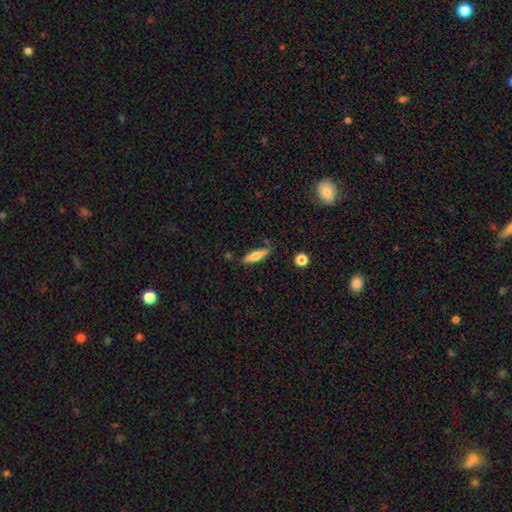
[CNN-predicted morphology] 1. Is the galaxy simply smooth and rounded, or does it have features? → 62% smooth, 32% featured or disk, 7% star or artifact.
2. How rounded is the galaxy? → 69% cigar-shaped, 29% in between, 2% round.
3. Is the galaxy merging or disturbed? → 80% none, 14% minor disturbance, 3% merger, 3% major disturbance.